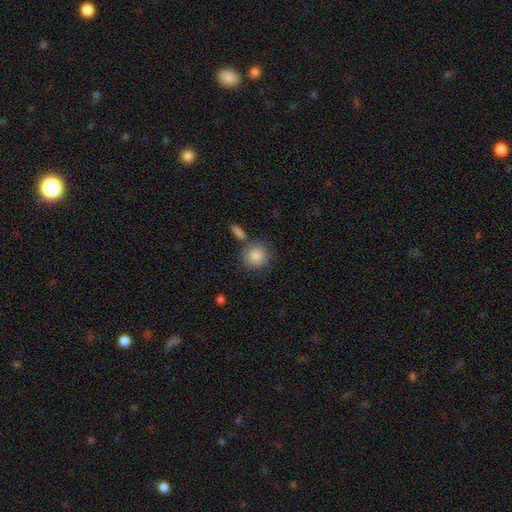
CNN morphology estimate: Smooth or featured?
  - smooth: 86% *
  - star or artifact: 8%
  - featured or disk: 7%
How rounded?
  - round: 89% *
  - in between: 10%
  - cigar-shaped: 1%
Merging?
  - none: 73% *
  - merger: 12%
  - minor disturbance: 11%
  - major disturbance: 3%